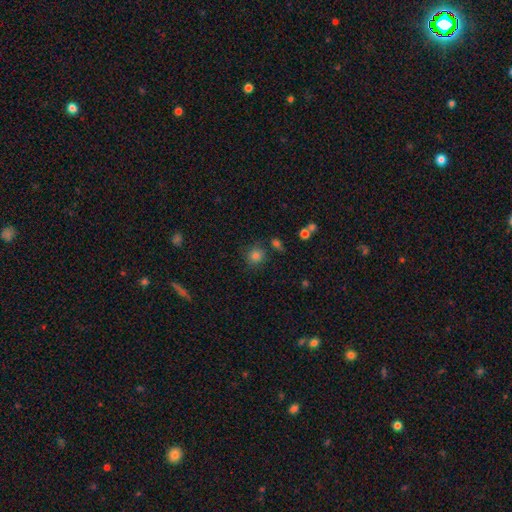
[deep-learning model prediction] smooth 80%, star or artifact 14%, featured or disk 6%. Down the decision tree: how rounded — round (82%); merging — none (75%).